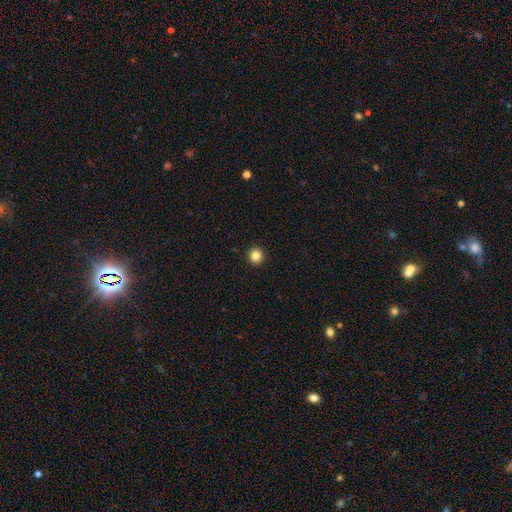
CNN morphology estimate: Overall: smooth (84%). How rounded: round (95%). Merging: none (94%).